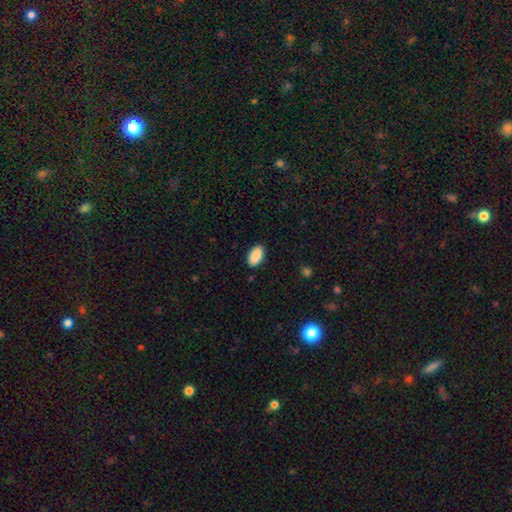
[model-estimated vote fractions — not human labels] This appears to be a smooth galaxy with no disk features (90%) that is in between round and cigar-shaped (94%). Merging: none (89%).